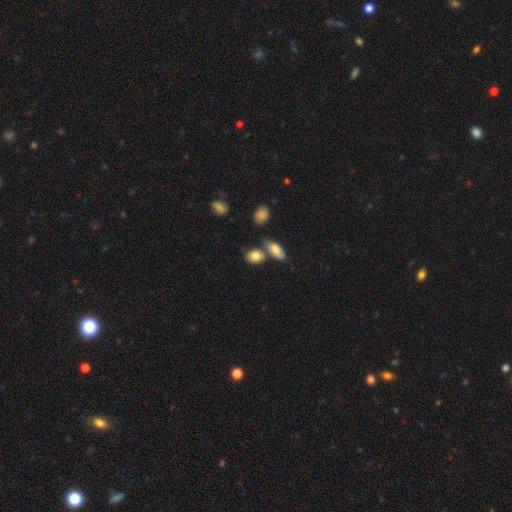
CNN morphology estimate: Smooth or featured: smooth — 82% (featured or disk — 10%)
How rounded: in between — 70% (round — 27%)
Merging: none — 59% (merger — 24%)